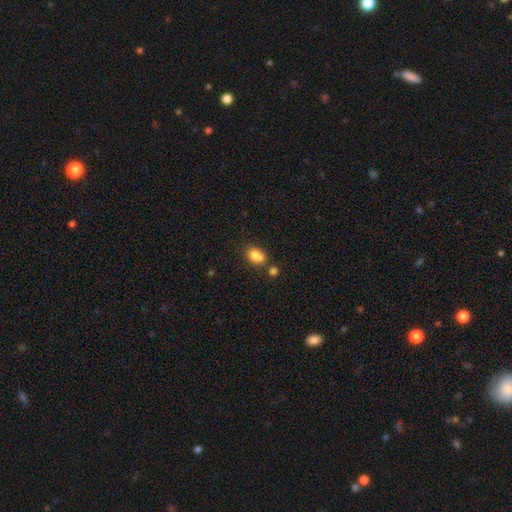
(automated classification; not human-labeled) smooth-or-featured: smooth: 82% | star or artifact: 10% | featured or disk: 8%
  how-rounded: in between: 79% | round: 18% | cigar-shaped: 2%
  merging: none: 50% | merger: 29% | minor disturbance: 16% | major disturbance: 5%